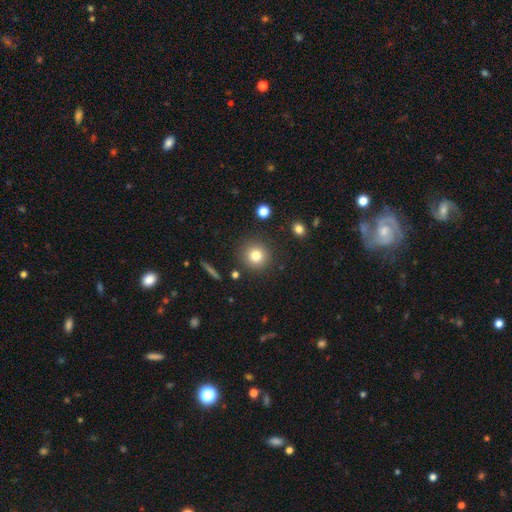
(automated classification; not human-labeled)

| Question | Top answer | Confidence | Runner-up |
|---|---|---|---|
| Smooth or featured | smooth | 80% | star or artifact (11%) |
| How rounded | round | 93% | in between (6%) |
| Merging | none | 88% | minor disturbance (7%) |